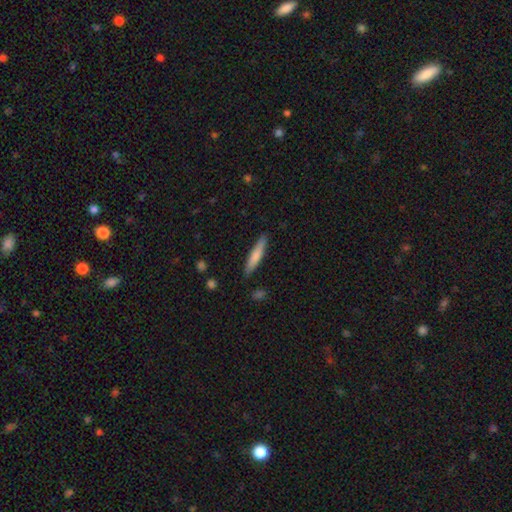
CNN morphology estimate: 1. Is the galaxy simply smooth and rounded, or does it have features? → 75% smooth, 20% featured or disk, 5% star or artifact.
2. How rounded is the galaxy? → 90% cigar-shaped, 8% in between, 1% round.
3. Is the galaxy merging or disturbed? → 87% none, 10% minor disturbance, 2% major disturbance, 1% merger.